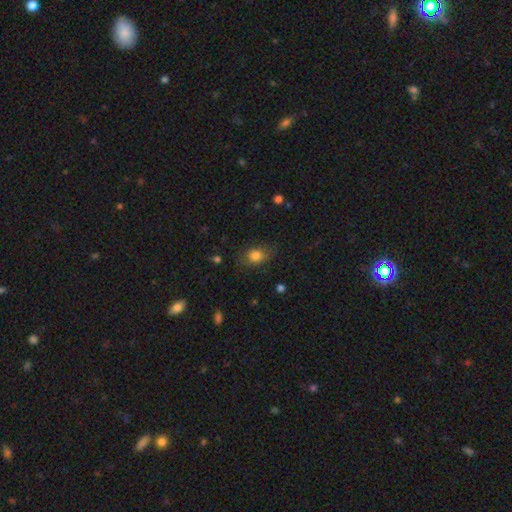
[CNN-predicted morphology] A smooth galaxy with no disk features (79%) that is in between round and cigar-shaped (66%).

Vote fractions:
- Smooth or featured? smooth: 79% / star or artifact: 11% / featured or disk: 10%
- How rounded? in between: 66% / round: 32% / cigar-shaped: 2%
- Merging? none: 71% / minor disturbance: 20% / major disturbance: 8% / merger: 1%